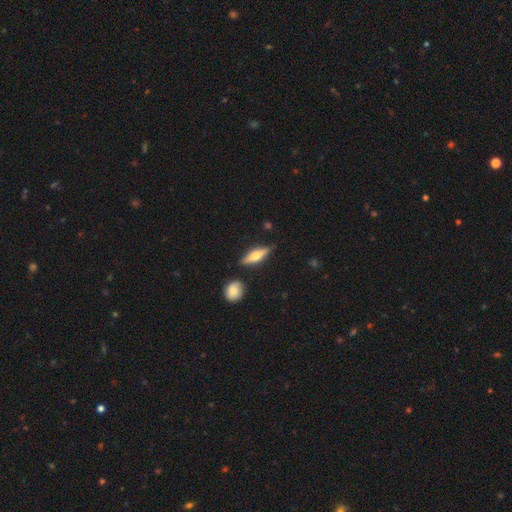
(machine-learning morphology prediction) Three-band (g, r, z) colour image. It shows a featured or disk galaxy (52%) viewed edge-on (93%). Merging: none (83%).